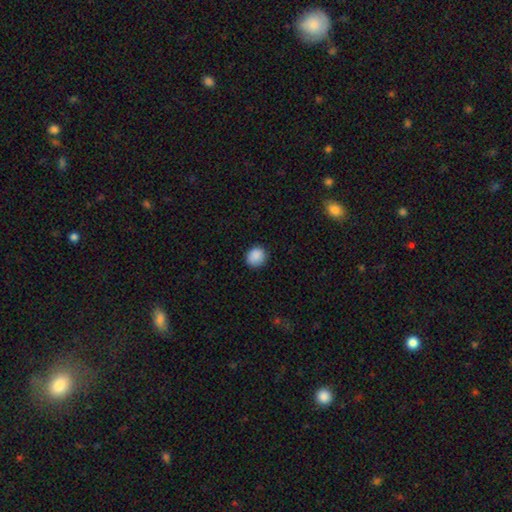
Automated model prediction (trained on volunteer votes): Smooth or featured: smooth — 89% (star or artifact — 9%)
How rounded: round — 78% (in between — 21%)
Merging: none — 87% (minor disturbance — 10%)